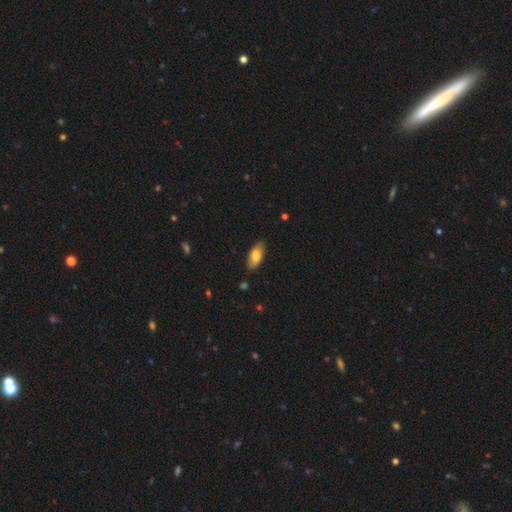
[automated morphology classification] smooth 75%, featured or disk 19%, star or artifact 6%. Down the decision tree: how rounded — in between (84%); merging — none (84%).